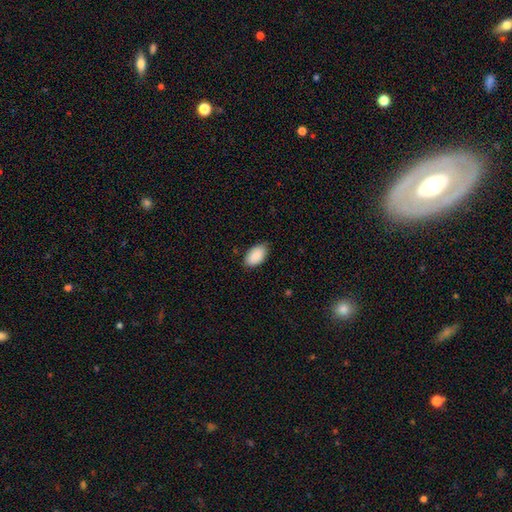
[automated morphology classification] Smooth or featured: smooth — 91% (star or artifact — 6%)
How rounded: in between — 95% (round — 4%)
Merging: none — 80% (minor disturbance — 17%)